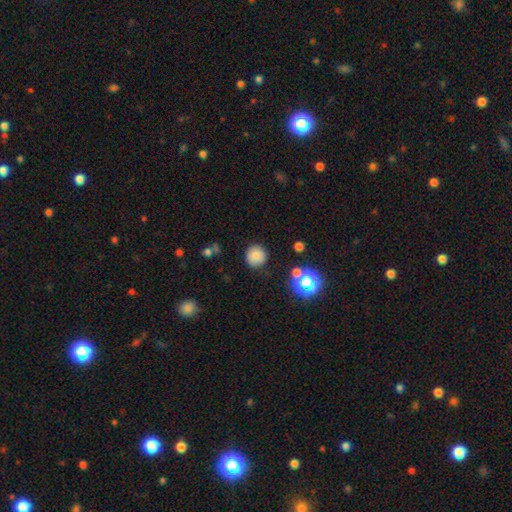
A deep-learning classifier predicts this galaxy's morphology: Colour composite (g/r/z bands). It shows a smooth galaxy with no disk features (78%) that is round (93%). Merging: none (83%).